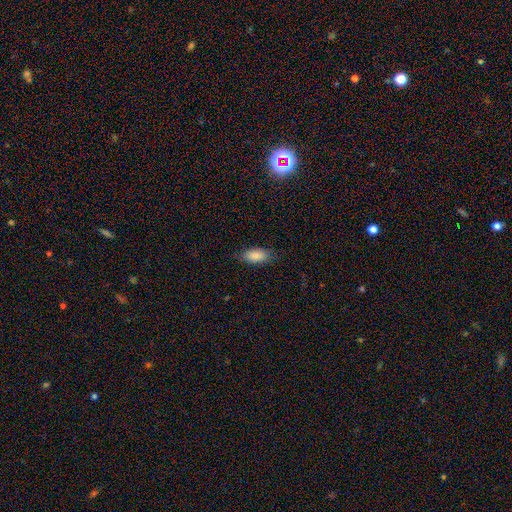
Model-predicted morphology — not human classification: This appears to be a smooth galaxy with no disk features (86%) that is in between round and cigar-shaped (88%). Merging: none (80%).